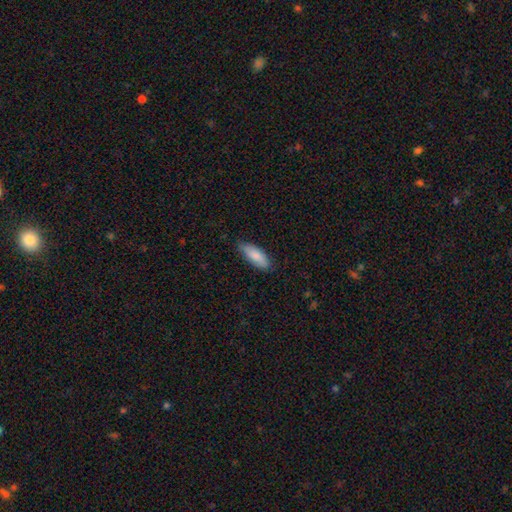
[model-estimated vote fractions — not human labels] Smooth or featured: smooth — 85% (featured or disk — 10%)
How rounded: in between — 71% (cigar-shaped — 27%)
Merging: none — 81% (minor disturbance — 15%)